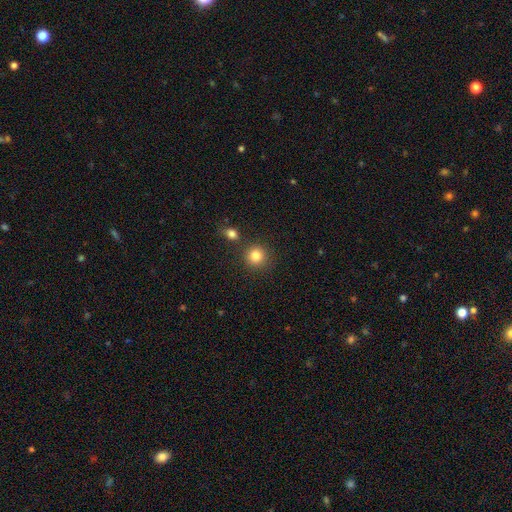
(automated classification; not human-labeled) This appears to be a smooth galaxy with no disk features (84%) that is round (91%). Merging: none (80%).